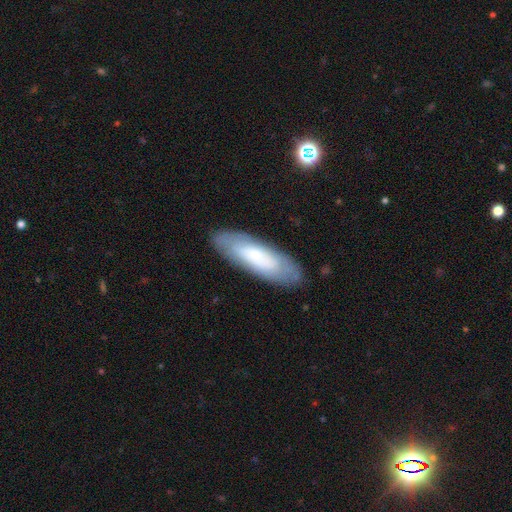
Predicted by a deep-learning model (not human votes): Overall: smooth (55%; featured or disk 38%). How rounded: in between (56%; cigar-shaped 43%). Merging: none (83%).